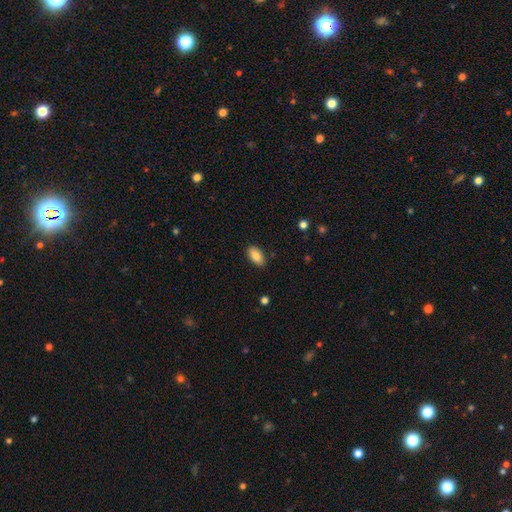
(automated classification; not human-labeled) smooth 86%, featured or disk 7%, star or artifact 7%. Down the decision tree: how rounded — in between (93%); merging — none (87%).